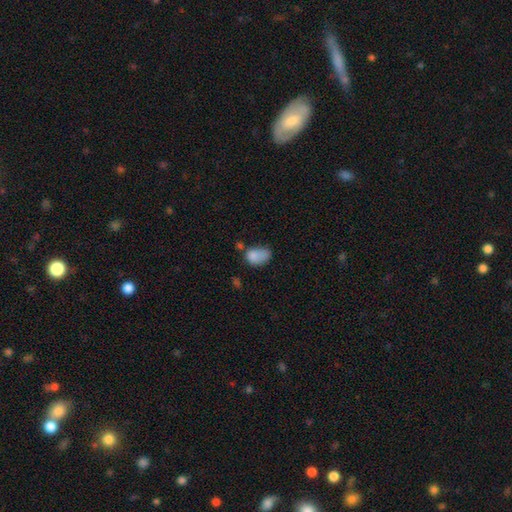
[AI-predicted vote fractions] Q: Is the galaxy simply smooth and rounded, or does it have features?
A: smooth — 79%.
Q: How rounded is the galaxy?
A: in between — 81%.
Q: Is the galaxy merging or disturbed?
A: minor disturbance — 32%.